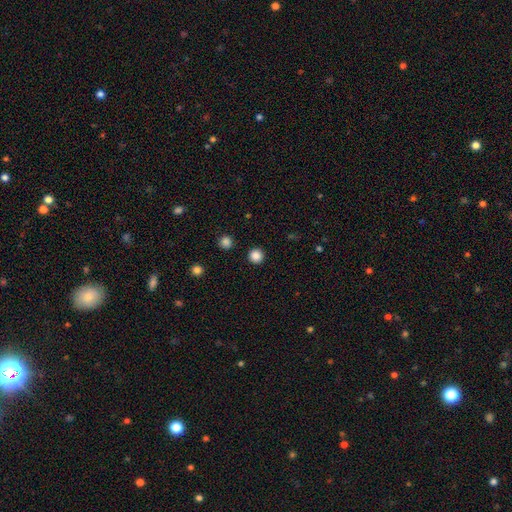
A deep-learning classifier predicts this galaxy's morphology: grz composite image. It shows a smooth galaxy with no disk features (86%) that is round (96%). Merging: none (93%).